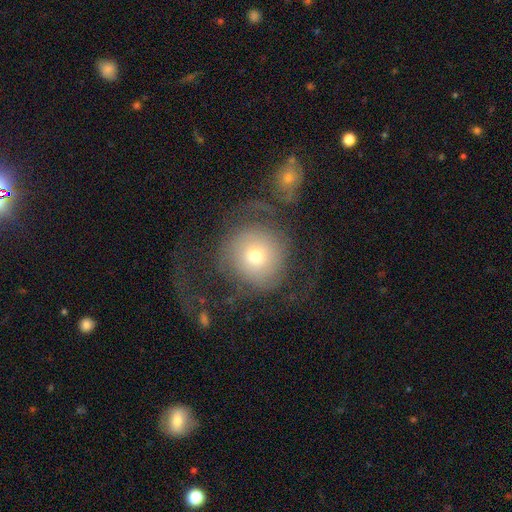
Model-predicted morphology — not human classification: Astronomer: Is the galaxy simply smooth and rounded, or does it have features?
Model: smooth — 50% (runner-up: featured or disk, 40%).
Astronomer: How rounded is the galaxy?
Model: round — 90%.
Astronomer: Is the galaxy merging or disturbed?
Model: none — 46% (runner-up: major disturbance, 34%).